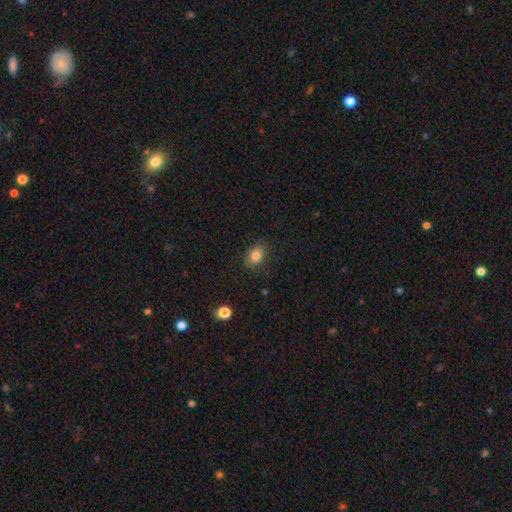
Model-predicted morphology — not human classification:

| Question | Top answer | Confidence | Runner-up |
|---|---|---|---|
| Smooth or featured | smooth | 84% | star or artifact (10%) |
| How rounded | in between | 66% | round (33%) |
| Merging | none | 80% | minor disturbance (14%) |